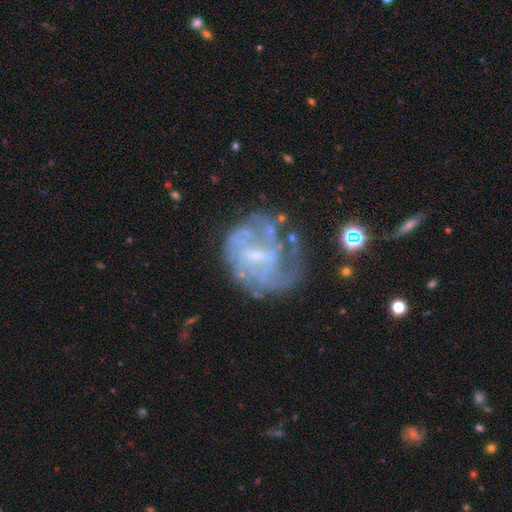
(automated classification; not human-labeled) featured or disk 79%, smooth 12%, star or artifact 9%. Down the decision tree: edge-on disk — no (98%); bar — weak (56%); spiral arms — yes (79%); spiral arm count — can't tell (46%); spiral winding — tight (46%); bulge size — small (55%); merging — none (54%).